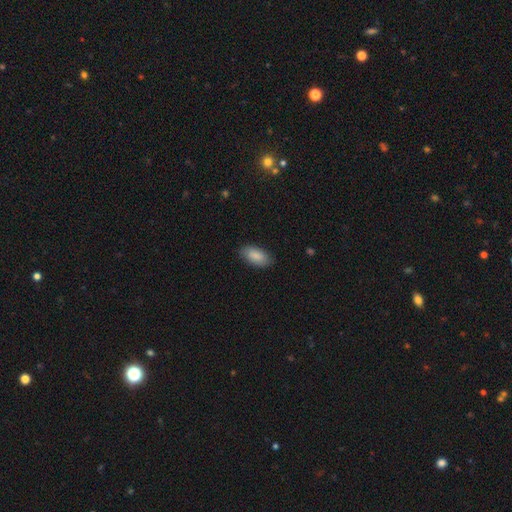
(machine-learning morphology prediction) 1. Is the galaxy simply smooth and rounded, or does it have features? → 88% smooth, 6% star or artifact, 6% featured or disk.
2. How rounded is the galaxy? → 92% in between, 5% cigar-shaped, 2% round.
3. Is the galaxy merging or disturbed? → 86% none, 11% minor disturbance, 2% major disturbance, 1% merger.